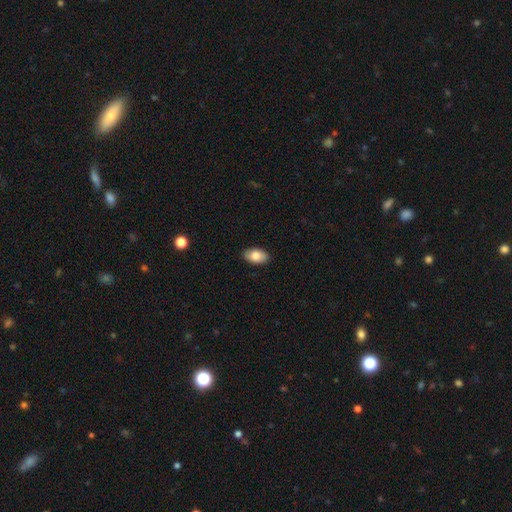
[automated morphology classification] This appears to be a smooth galaxy with no disk features (84%) that is in between round and cigar-shaped (94%). Merging: none (88%).